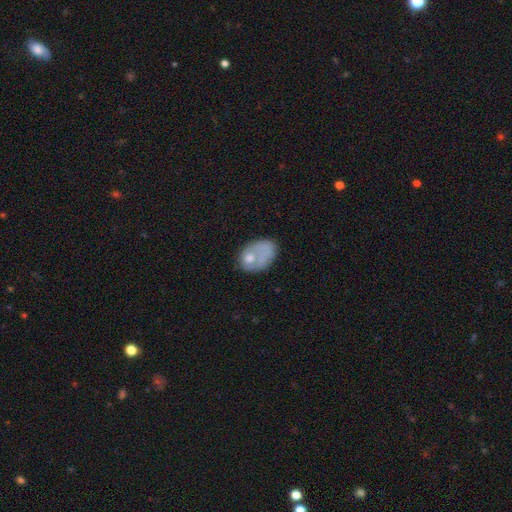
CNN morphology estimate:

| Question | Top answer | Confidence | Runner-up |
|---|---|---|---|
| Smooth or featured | smooth | 57% | featured or disk (33%) |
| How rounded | in between | 80% | round (18%) |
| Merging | none | 40% | minor disturbance (26%) |